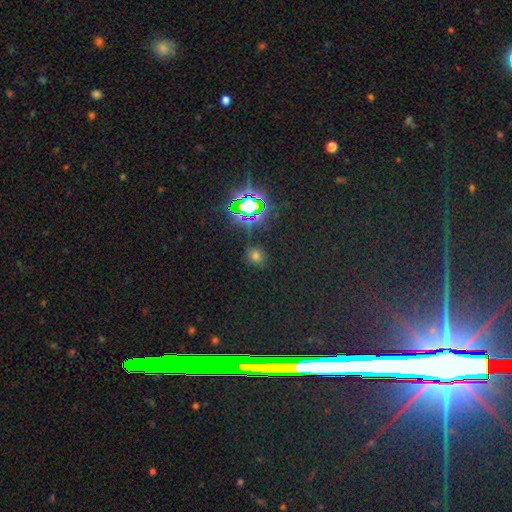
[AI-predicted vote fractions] Morphology: type=smooth (58%); roundness=round (68%); merging=none (83%).